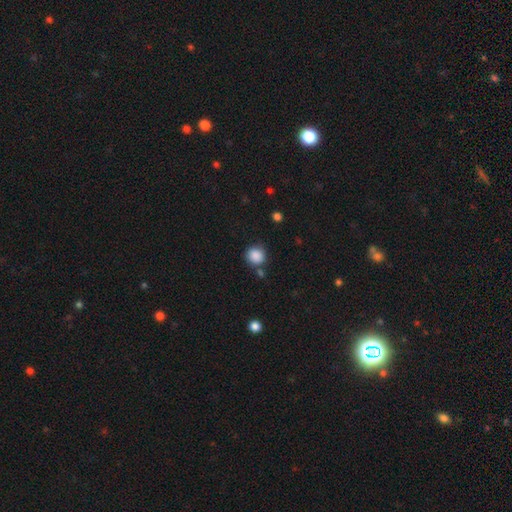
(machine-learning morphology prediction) A smooth galaxy with no disk features (88%) that is round (88%).

Vote fractions:
- Smooth or featured? smooth: 88% / star or artifact: 9% / featured or disk: 3%
- How rounded? round: 88% / in between: 11% / cigar-shaped: 1%
- Merging? none: 77% / minor disturbance: 13% / merger: 7% / major disturbance: 4%